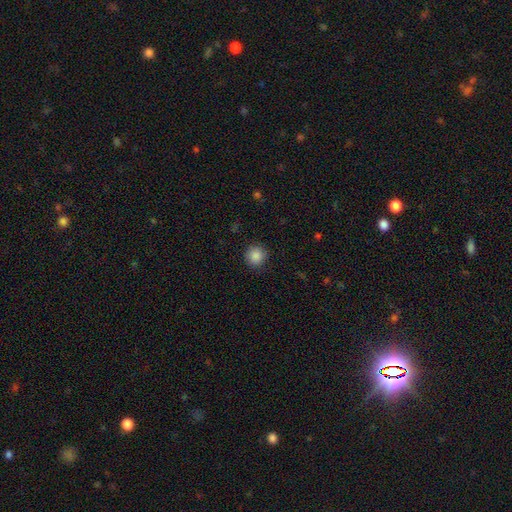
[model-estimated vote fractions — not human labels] smooth-or-featured: smooth: 87% | star or artifact: 9% | featured or disk: 3%
  how-rounded: round: 93% | in between: 6% | cigar-shaped: 1%
  merging: none: 89% | minor disturbance: 7% | major disturbance: 2% | merger: 1%